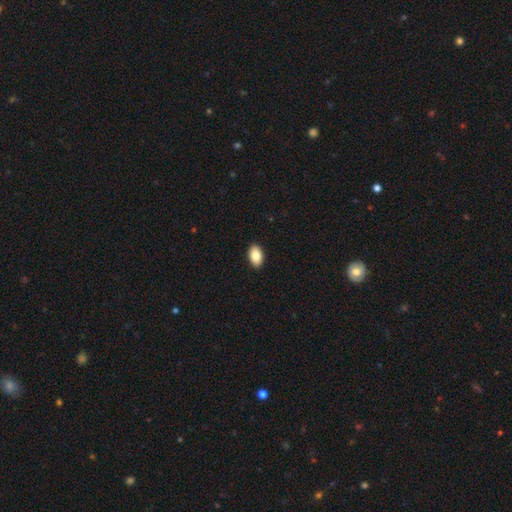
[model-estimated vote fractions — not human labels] A smooth galaxy with no disk features (84%) that is in between round and cigar-shaped (92%).

Vote fractions:
- Smooth or featured? smooth: 84% / featured or disk: 9% / star or artifact: 7%
- How rounded? in between: 92% / round: 6% / cigar-shaped: 2%
- Merging? none: 91% / minor disturbance: 7% / major disturbance: 2% / merger: 1%